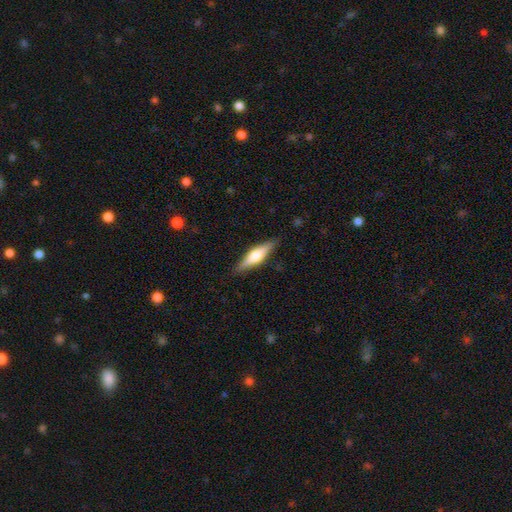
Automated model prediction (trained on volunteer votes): Q: Smooth or featured?
A: featured or disk (58%); runner-up: smooth (36%)
Q: Edge-on disk?
A: yes (96%); runner-up: no (4%)
Q: Edge-on bulge?
A: rounded (89%); runner-up: boxy (8%)
Q: Merging?
A: none (88%); runner-up: minor disturbance (9%)